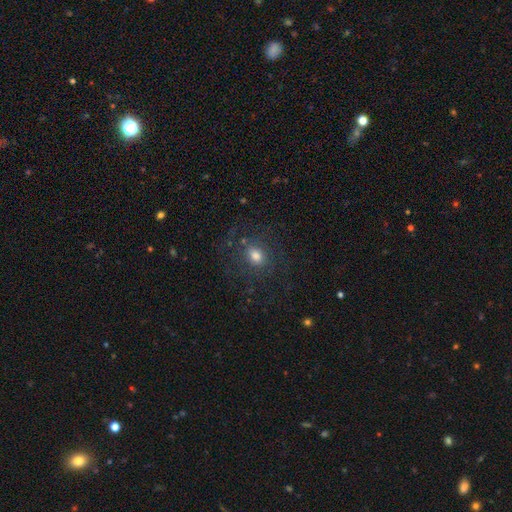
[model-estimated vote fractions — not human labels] Morphology: type=smooth (58%); roundness=round (56%); merging=none (73%).